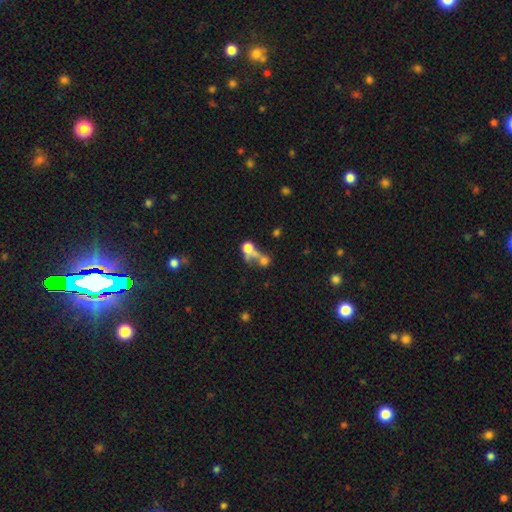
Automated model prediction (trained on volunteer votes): The model was most divided on "merging": merger: 50%, none: 33%, major disturbance: 10%, minor disturbance: 8%. More confident: how rounded — round (66%); smooth or featured — smooth (52%).